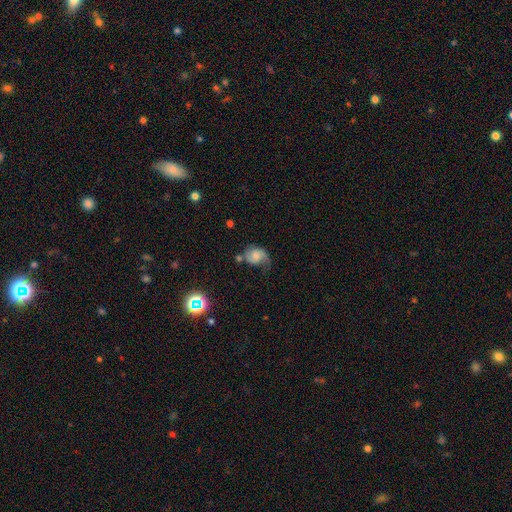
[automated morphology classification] smooth_or_featured: featured or disk (p=0.57) [alt: smooth p=0.33]
disk_edge_on: no (p=0.97) [alt: yes p=0.03]
bar: no (p=0.63) [alt: weak p=0.32]
has_spiral_arms: yes (p=0.89) [alt: no p=0.11]
bulge_size: moderate (p=0.34) [alt: small p=0.33]
merging: none (p=0.41) [alt: minor disturbance p=0.30]